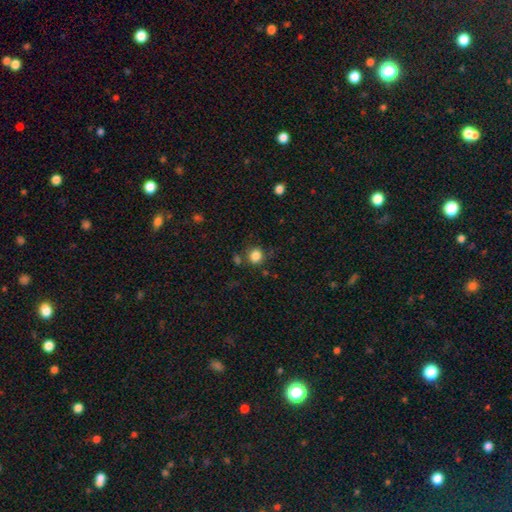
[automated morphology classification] Smooth or featured?
  - smooth: 85% *
  - star or artifact: 11%
  - featured or disk: 4%
How rounded?
  - round: 84% *
  - in between: 15%
  - cigar-shaped: 1%
Merging?
  - none: 78% *
  - minor disturbance: 11%
  - merger: 6%
  - major disturbance: 4%